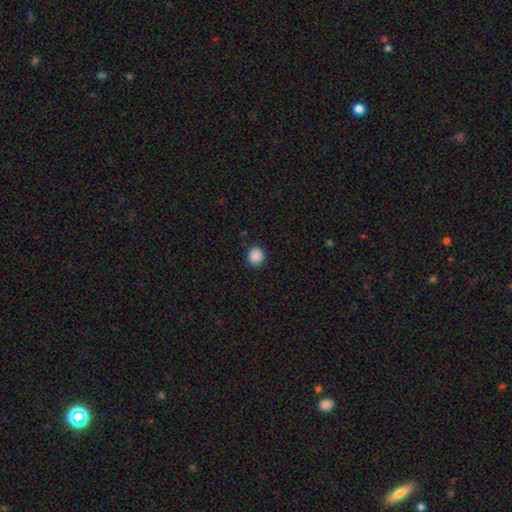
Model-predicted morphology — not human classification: Q: Smooth or featured?
A: smooth (89%); runner-up: star or artifact (9%)
Q: How rounded?
A: round (84%); runner-up: in between (15%)
Q: Merging?
A: none (90%); runner-up: minor disturbance (7%)